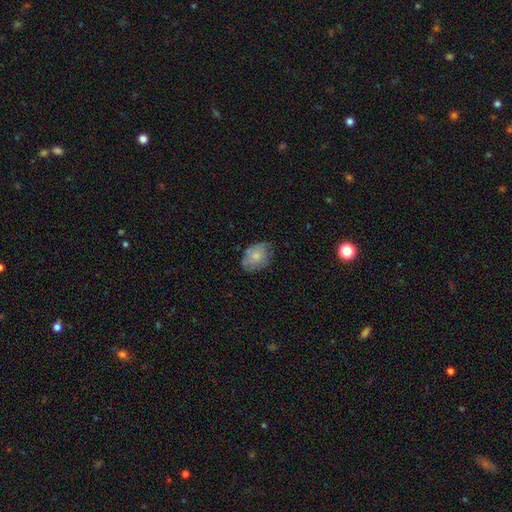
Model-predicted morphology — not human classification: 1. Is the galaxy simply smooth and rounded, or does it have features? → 70% smooth, 22% featured or disk, 7% star or artifact.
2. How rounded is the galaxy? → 75% in between, 24% round, 1% cigar-shaped.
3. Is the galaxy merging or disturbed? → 62% none, 30% minor disturbance, 7% major disturbance, 1% merger.